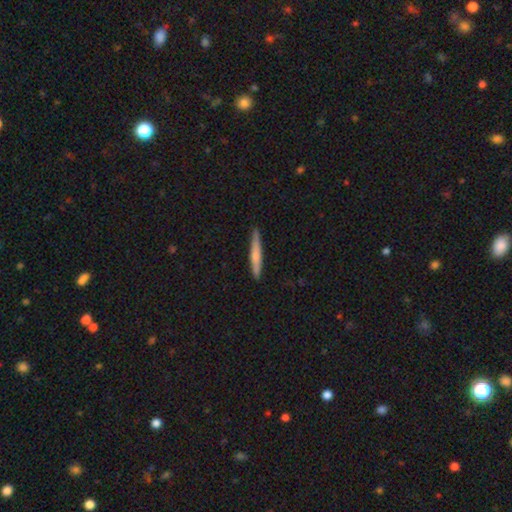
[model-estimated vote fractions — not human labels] A smooth galaxy with no disk features (61%) that is cigar-shaped (95%). Merging: none (89%).